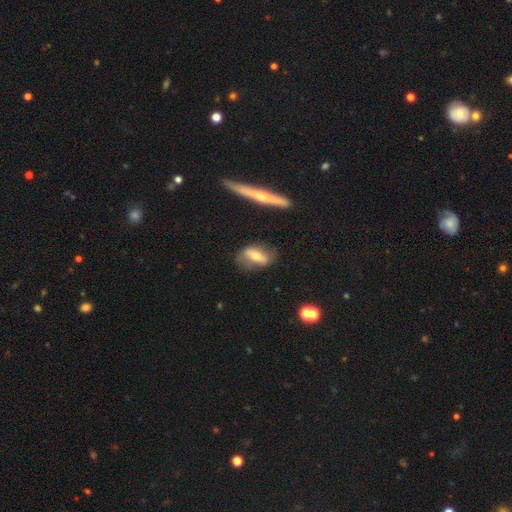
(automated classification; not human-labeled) Q: Smooth or featured?
A: featured or disk (48%); runner-up: smooth (45%)
Q: Merging?
A: none (64%); runner-up: minor disturbance (23%)